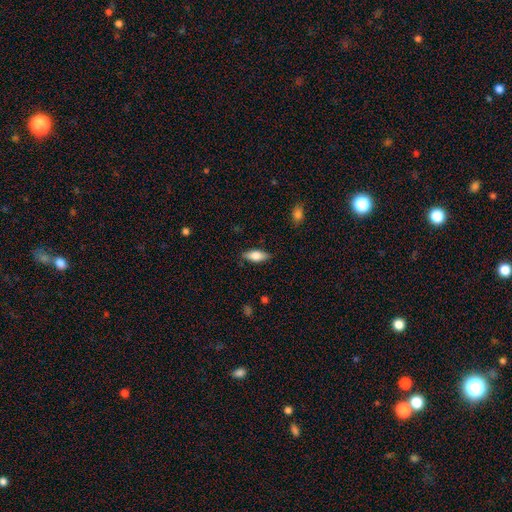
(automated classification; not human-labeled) Q: Smooth or featured?
A: smooth (76%); runner-up: featured or disk (18%)
Q: How rounded?
A: in between (77%); runner-up: cigar-shaped (20%)
Q: Merging?
A: none (84%); runner-up: minor disturbance (12%)